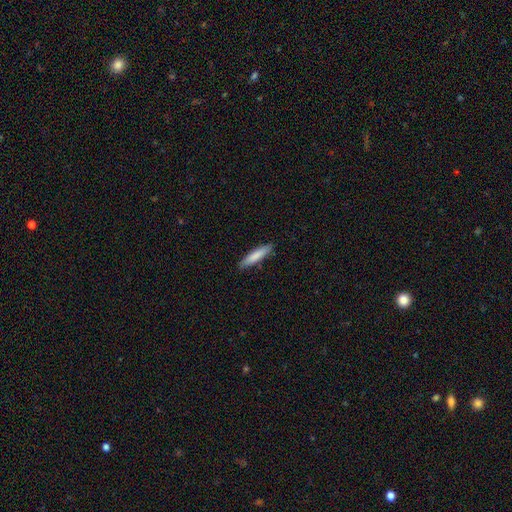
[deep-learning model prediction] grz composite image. It shows a smooth galaxy with no disk features (81%) that is cigar-shaped (82%). Merging: none (85%).